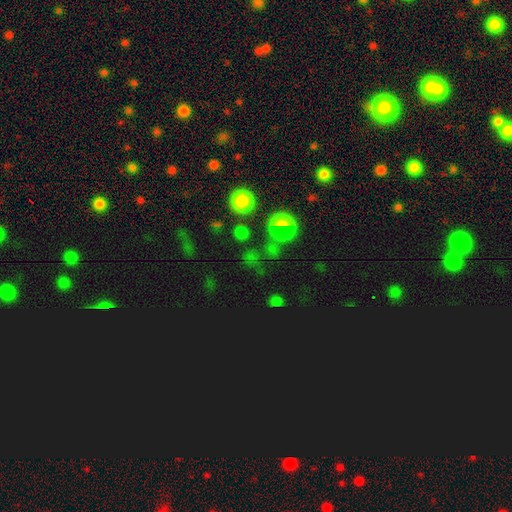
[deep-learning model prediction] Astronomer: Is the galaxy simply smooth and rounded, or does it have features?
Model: star or artifact — 56% (runner-up: smooth, 35%).